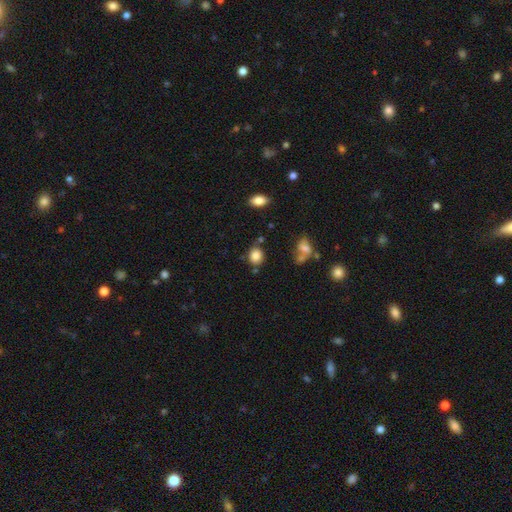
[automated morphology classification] smooth-or-featured: smooth: 84% | star or artifact: 10% | featured or disk: 5%
  how-rounded: round: 66% | in between: 33% | cigar-shaped: 1%
  merging: none: 74% | minor disturbance: 15% | merger: 7% | major disturbance: 4%